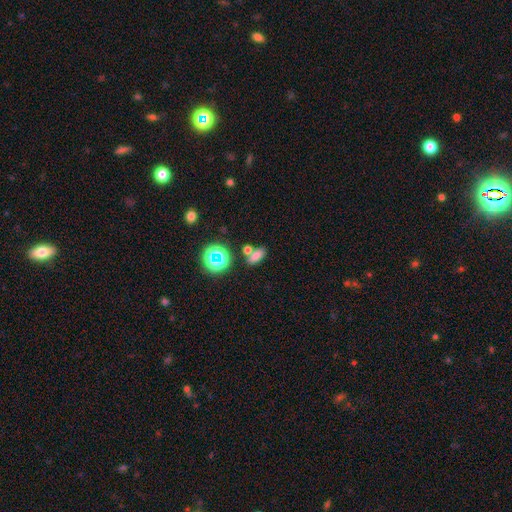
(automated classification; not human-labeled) This appears to be a smooth galaxy with no disk features (71%) that is in between round and cigar-shaped (76%). Merging: none (65%).